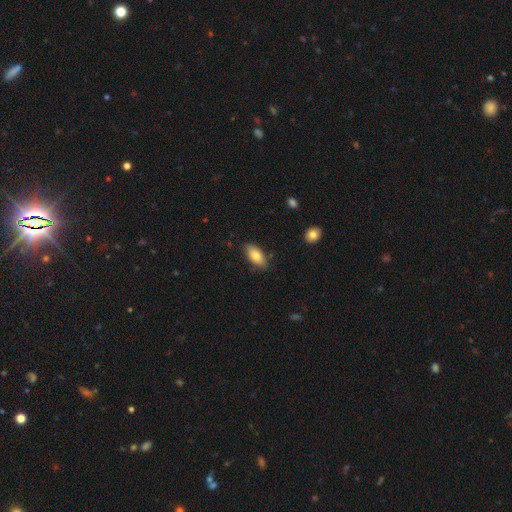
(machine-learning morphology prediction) type=smooth (79%); roundness=in between (91%); merging=none (84%).